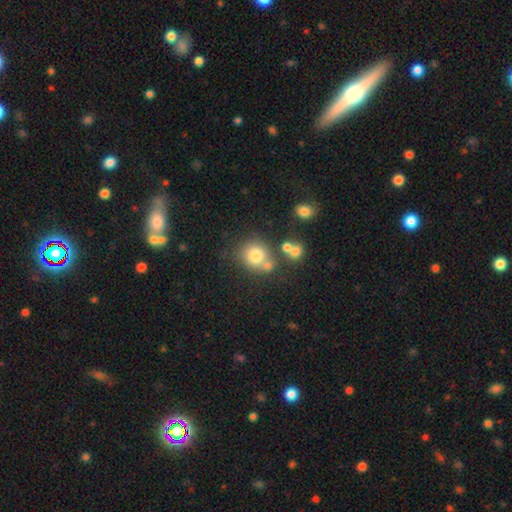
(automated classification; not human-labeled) Smooth or featured? smooth (76%)
How rounded? round (85%)
Merging? none (59%)